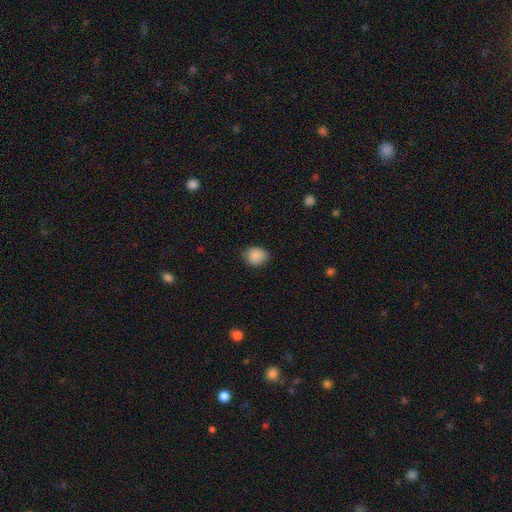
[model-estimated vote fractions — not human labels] Q: Smooth or featured?
A: smooth (89%); runner-up: star or artifact (8%)
Q: How rounded?
A: round (56%); runner-up: in between (43%)
Q: Merging?
A: none (81%); runner-up: minor disturbance (15%)